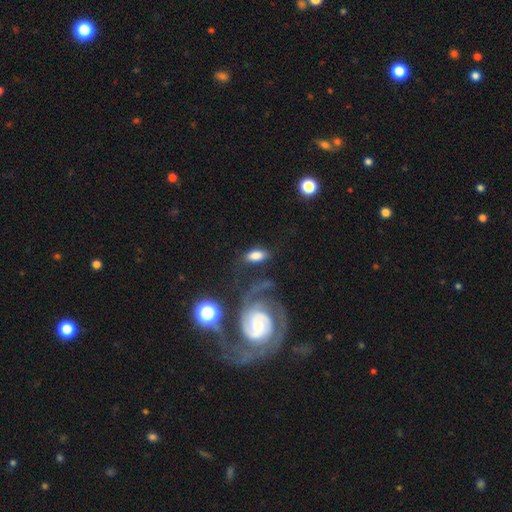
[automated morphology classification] A smooth galaxy with no disk features (74%) that is in between round and cigar-shaped (89%). Merging: none (64%).